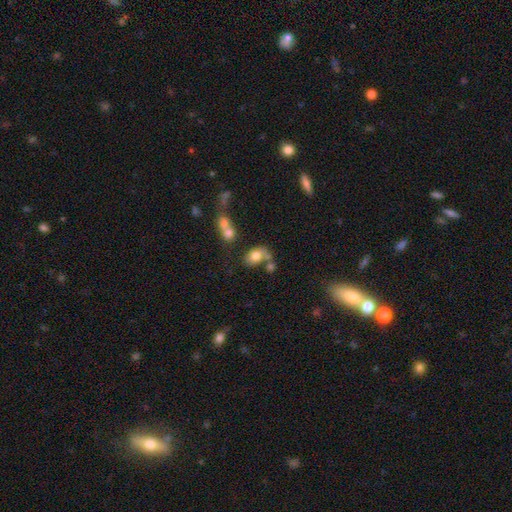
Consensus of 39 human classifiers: smooth_or_featured: smooth (p=0.92) [alt: featured or disk p=0.05]
how_rounded: in between (p=0.78) [alt: round p=0.22]
merging: none (p=0.47) [alt: merger p=0.32]